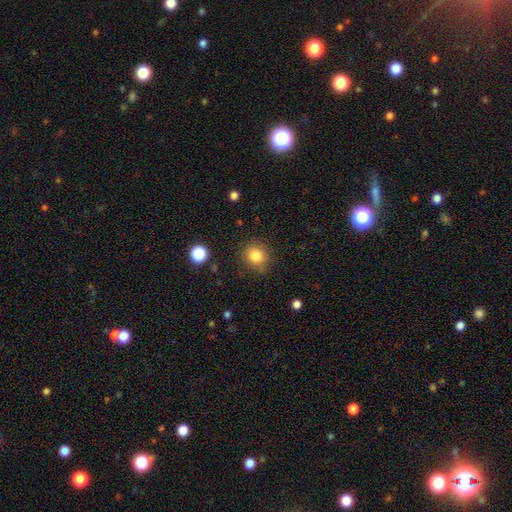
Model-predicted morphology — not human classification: A smooth galaxy with no disk features (82%) that is round (87%).

Vote fractions:
- Smooth or featured? smooth: 82% / star or artifact: 12% / featured or disk: 6%
- How rounded? round: 87% / in between: 12% / cigar-shaped: 1%
- Merging? none: 85% / minor disturbance: 10% / major disturbance: 3% / merger: 2%